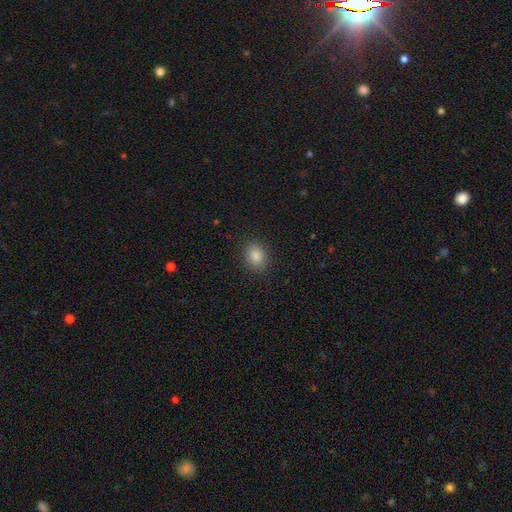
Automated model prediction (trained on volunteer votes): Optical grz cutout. It shows a smooth galaxy with no disk features (85%) that is in between round and cigar-shaped (52%). Merging: none (90%).